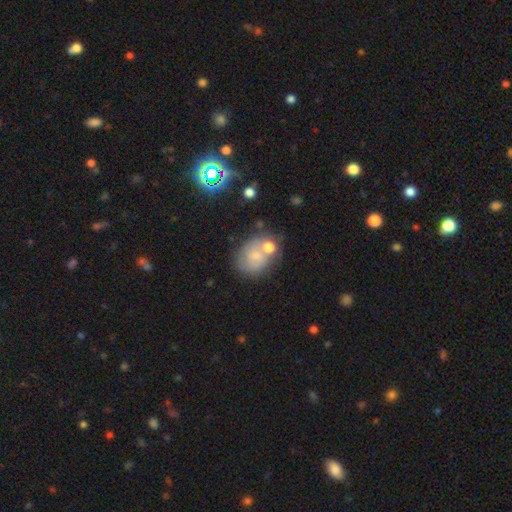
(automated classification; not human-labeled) smooth_or_featured: smooth (p=0.54) [alt: featured or disk p=0.32]
how_rounded: round (p=0.52) [alt: in between p=0.47]
merging: none (p=0.45) [alt: merger p=0.26]